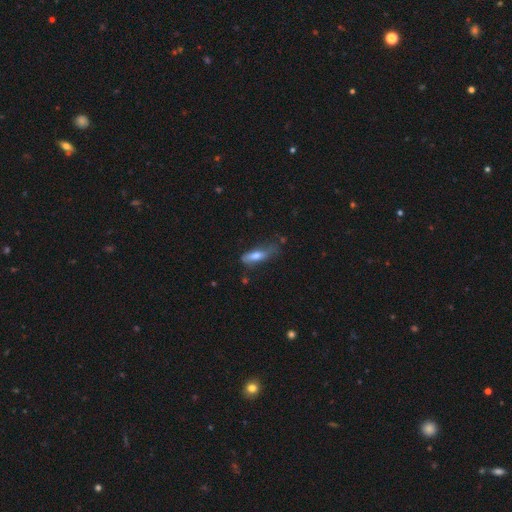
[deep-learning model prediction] Smooth or featured? Predicted: smooth (p=0.66). How rounded? Predicted: cigar-shaped (p=0.57). Merging? Predicted: none (p=0.47).